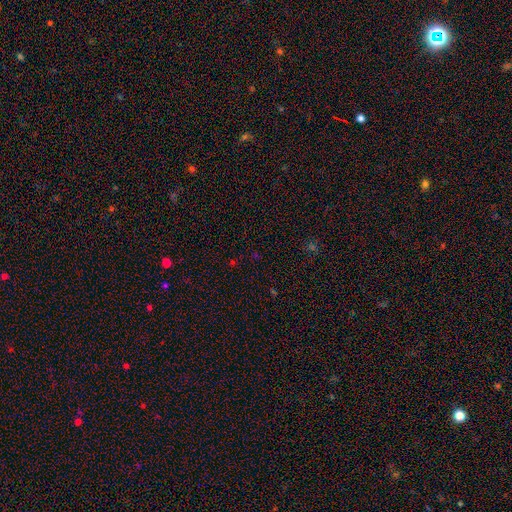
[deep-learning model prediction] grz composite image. It shows a star or artifact, not a galaxy (61%).